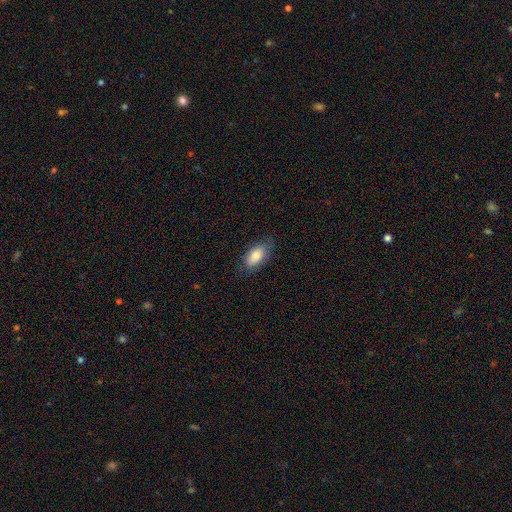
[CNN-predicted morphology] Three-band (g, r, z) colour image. It shows a smooth galaxy with no disk features (81%) that is in between round and cigar-shaped (90%). Merging: none (76%).